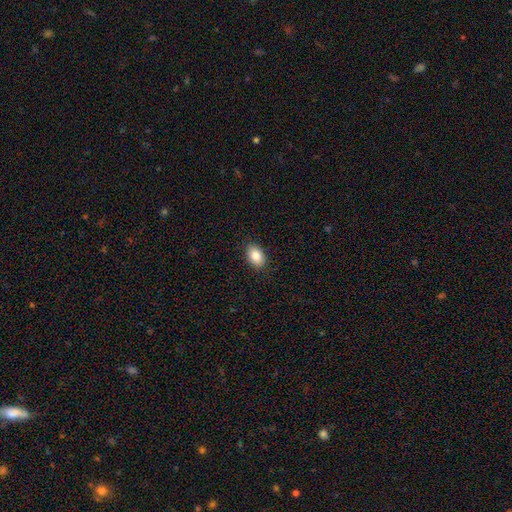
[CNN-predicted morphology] The model was most divided on "how rounded": in between: 86%, round: 12%, cigar-shaped: 1%. More confident: merging — none (88%); smooth or featured — smooth (87%).